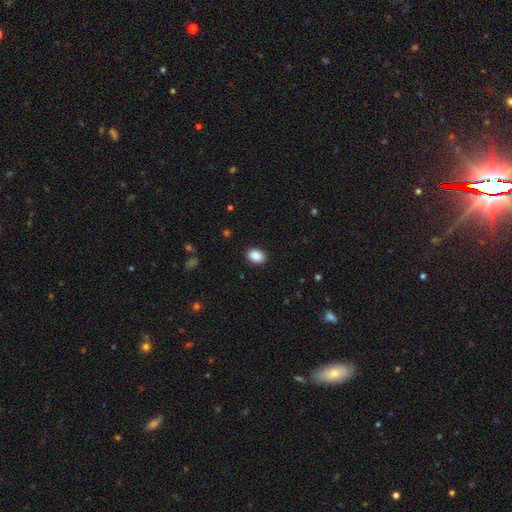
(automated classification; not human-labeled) Smooth or featured? Predicted: smooth (p=0.90). How rounded? Predicted: in between (p=0.74). Merging? Predicted: none (p=0.89).